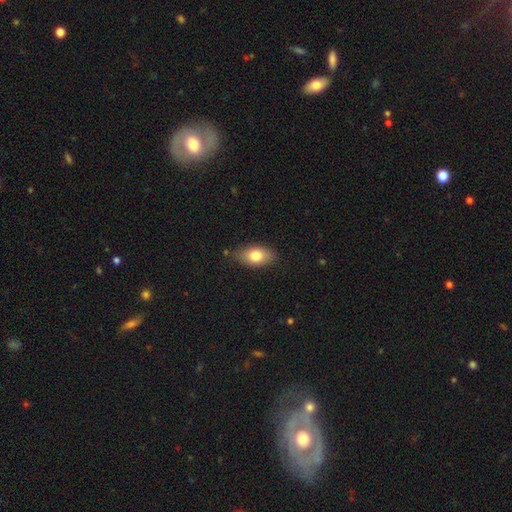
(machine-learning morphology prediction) Overall: smooth (78%). How rounded: in between (88%). Merging: none (78%).